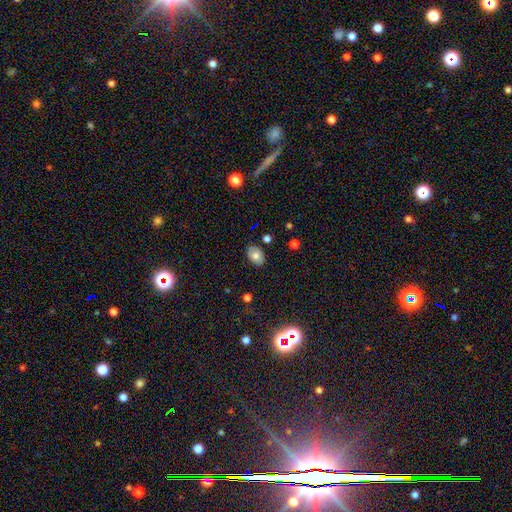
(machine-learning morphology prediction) This appears to be a smooth galaxy with no disk features (73%) that is in between round and cigar-shaped (84%). Merging: none (84%).